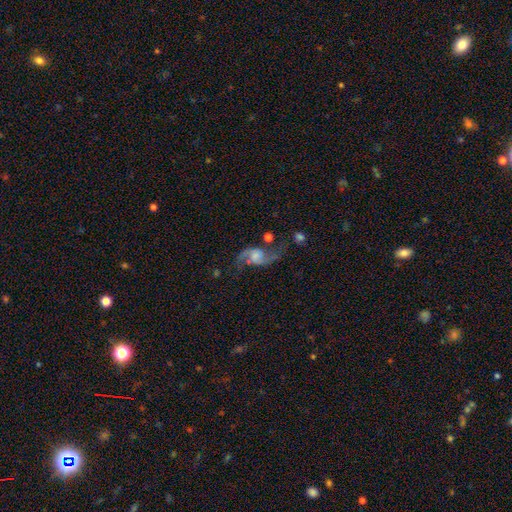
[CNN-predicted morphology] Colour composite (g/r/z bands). It shows a featured or disk galaxy (83%) with no bar (56%), 2 (92%) loose (77%) spiral arms (95%) and a moderate central bulge (34%). Merging: none (59%).